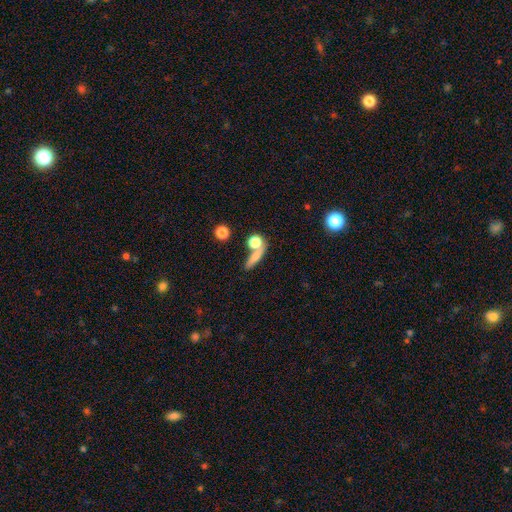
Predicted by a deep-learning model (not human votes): Overall: smooth (69%). How rounded: cigar-shaped (50%; round 26%). Merging: none (54%; merger 26%).